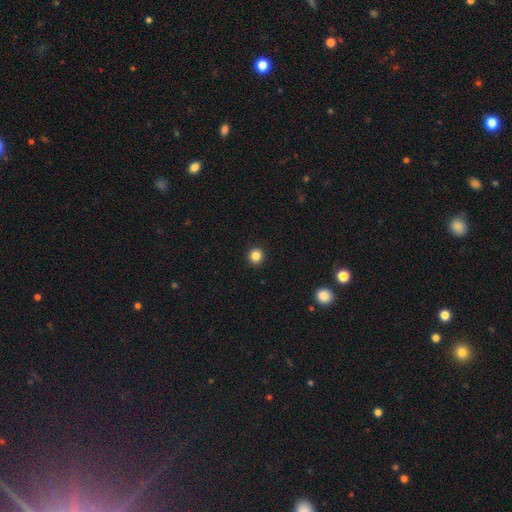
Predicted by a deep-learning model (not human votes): smooth_or_featured: smooth (p=0.85) [alt: star or artifact p=0.11]
how_rounded: round (p=0.95) [alt: in between p=0.04]
merging: none (p=0.94) [alt: minor disturbance p=0.04]